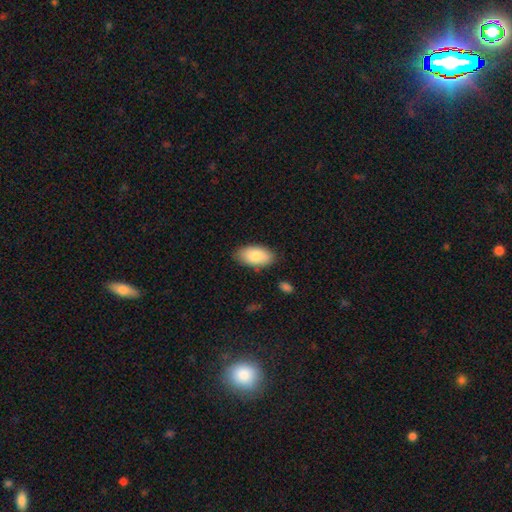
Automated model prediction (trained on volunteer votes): smooth 85%, featured or disk 9%, star or artifact 6%. Down the decision tree: how rounded — in between (95%); merging — none (83%).